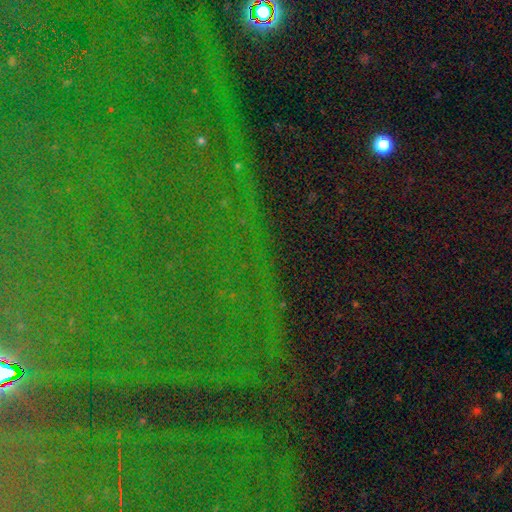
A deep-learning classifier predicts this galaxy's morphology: Smooth or featured?
  - star or artifact: 84% *
  - featured or disk: 8%
  - smooth: 8%